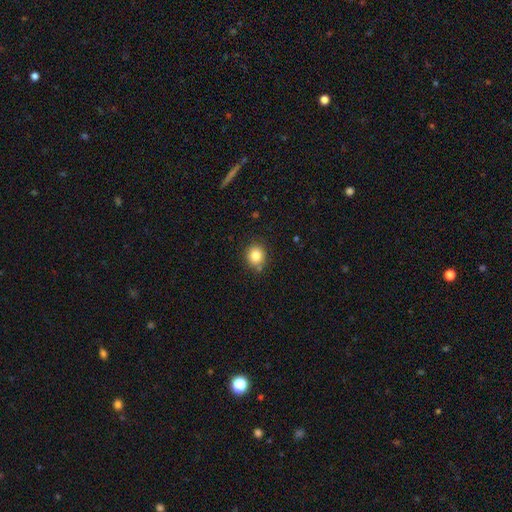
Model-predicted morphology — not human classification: Overall: smooth (83%). How rounded: round (83%). Merging: none (82%).